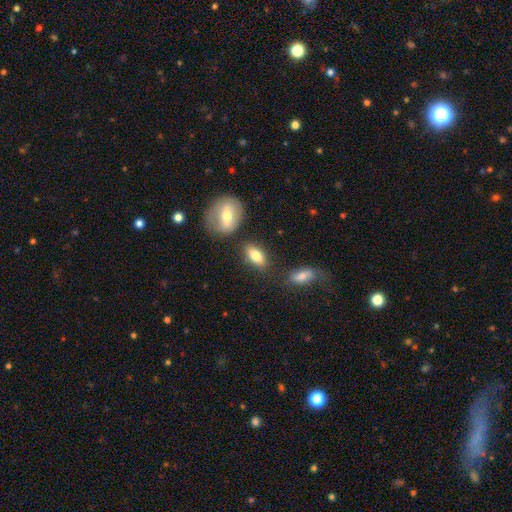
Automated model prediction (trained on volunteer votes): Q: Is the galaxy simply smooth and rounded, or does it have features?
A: smooth — 76%.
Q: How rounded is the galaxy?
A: in between — 85%.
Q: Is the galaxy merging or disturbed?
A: none — 75%.